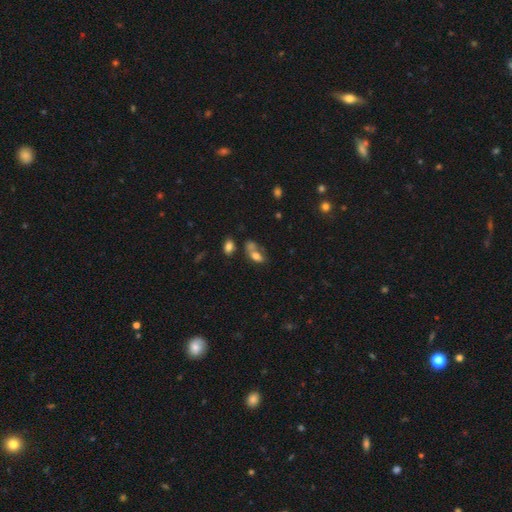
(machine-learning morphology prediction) smooth_or_featured: smooth (p=0.71) [alt: featured or disk p=0.18]
how_rounded: in between (p=0.85) [alt: round p=0.08]
merging: merger (p=0.39) [alt: none p=0.35]